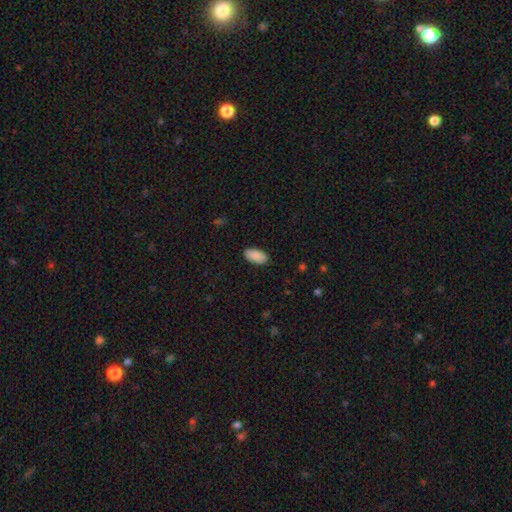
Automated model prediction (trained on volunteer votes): Smooth or featured? smooth (90%)
How rounded? in between (94%)
Merging? none (88%)